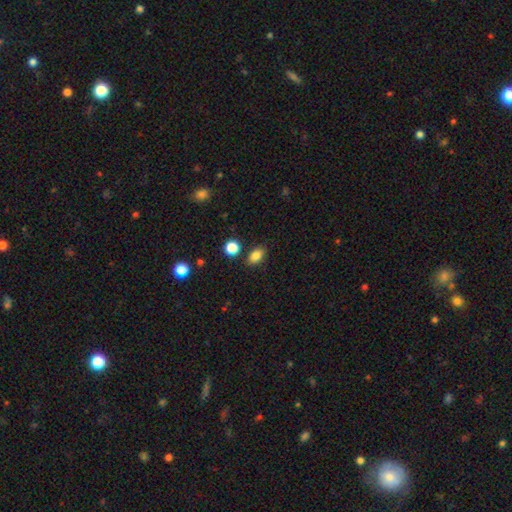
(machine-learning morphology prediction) This is clearly a smooth galaxy (84%). How rounded: clearly in between (83%). Merging: clearly none (83%).